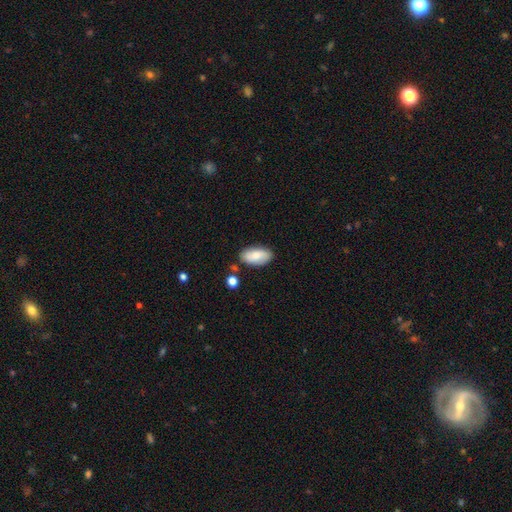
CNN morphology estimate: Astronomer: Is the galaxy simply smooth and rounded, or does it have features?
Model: smooth — 73%.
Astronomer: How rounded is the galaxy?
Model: in between — 94%.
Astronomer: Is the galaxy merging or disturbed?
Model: none — 78%.